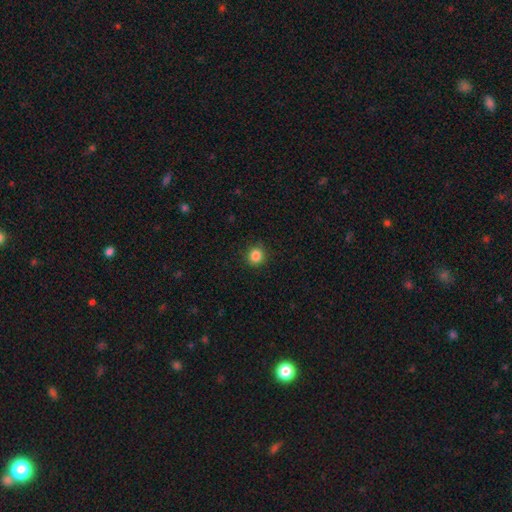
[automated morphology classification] This is clearly a smooth galaxy (86%). How rounded: clearly round (89%). Merging: clearly none (91%).